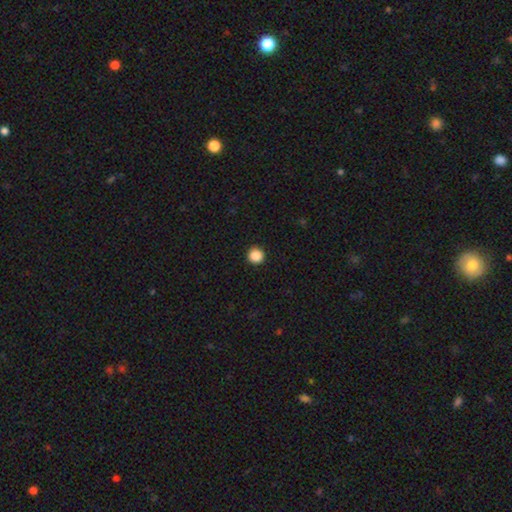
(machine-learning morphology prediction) Smooth or featured: smooth — 88% (star or artifact — 10%)
How rounded: round — 96% (in between — 3%)
Merging: none — 93% (minor disturbance — 5%)